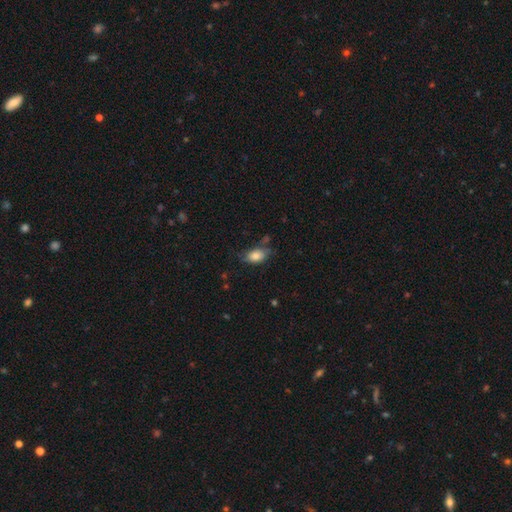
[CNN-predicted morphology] type=smooth (80%); roundness=in between (87%); merging=none (57%).